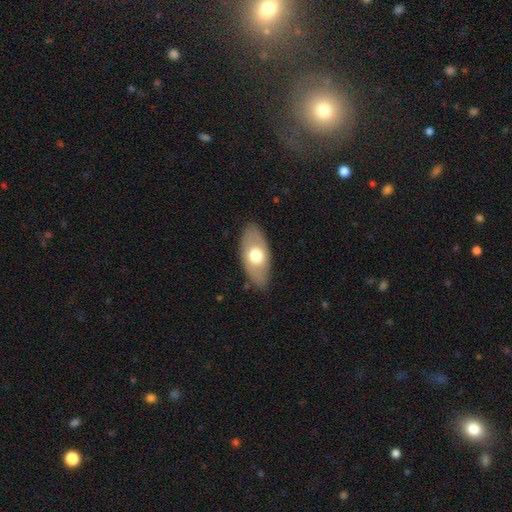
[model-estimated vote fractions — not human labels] smooth-or-featured: smooth: 62% | featured or disk: 33% | star or artifact: 6%
  how-rounded: in between: 91% | cigar-shaped: 4% | round: 4%
  merging: none: 83% | minor disturbance: 13% | major disturbance: 3% | merger: 1%